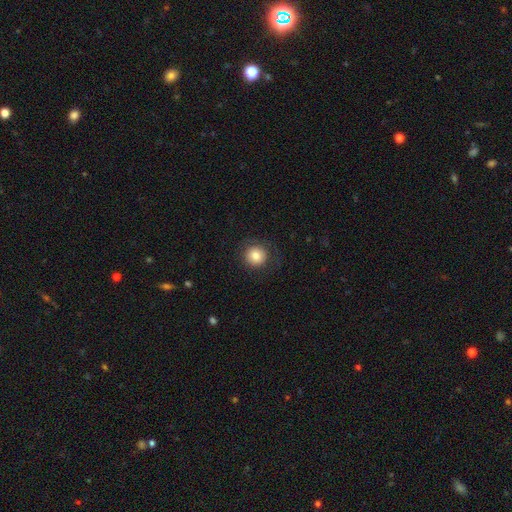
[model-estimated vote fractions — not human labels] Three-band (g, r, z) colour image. It shows a smooth galaxy with no disk features (81%) that is round (94%). Merging: none (85%).